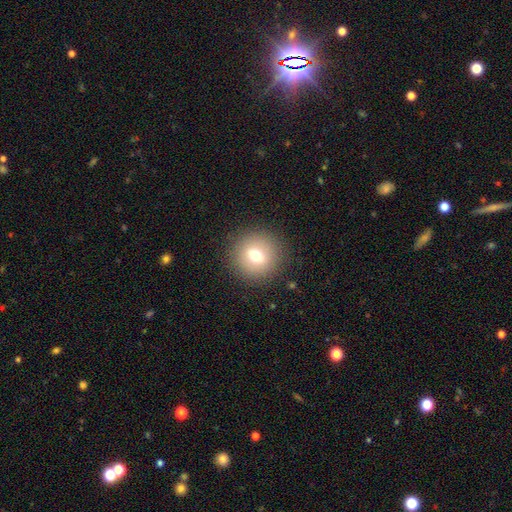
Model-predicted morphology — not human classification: smooth-or-featured: smooth: 69% | featured or disk: 18% | star or artifact: 12%
  how-rounded: round: 91% | in between: 8% | cigar-shaped: 1%
  merging: none: 88% | minor disturbance: 7% | major disturbance: 4% | merger: 1%